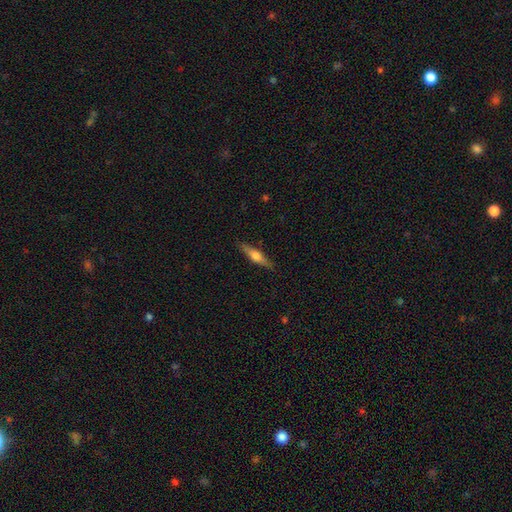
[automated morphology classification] Smooth or featured?
  - featured or disk: 55% *
  - smooth: 39%
  - star or artifact: 6%
Edge-on disk?
  - yes: 95% *
  - no: 5%
Edge-on bulge?
  - rounded: 90% *
  - boxy: 6%
  - none: 4%
Merging?
  - none: 88% *
  - minor disturbance: 9%
  - major disturbance: 2%
  - merger: 1%